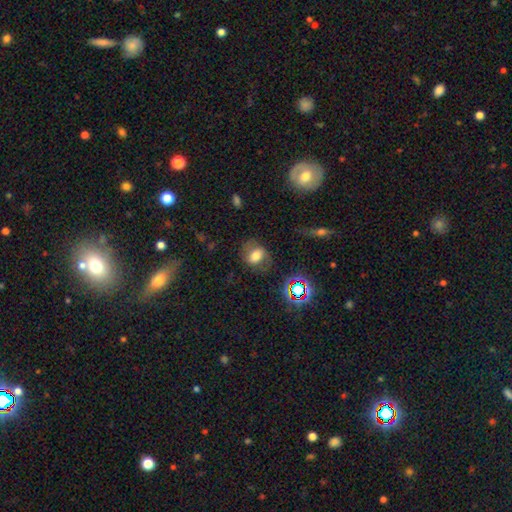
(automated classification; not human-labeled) This appears to be a smooth galaxy with no disk features (53%) that is in between round and cigar-shaped (55%). Merging: none (69%).